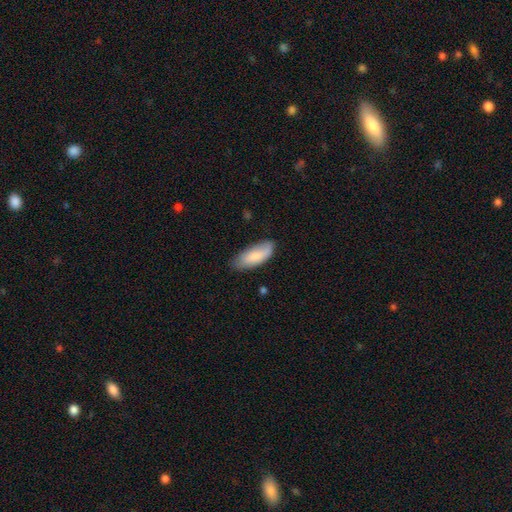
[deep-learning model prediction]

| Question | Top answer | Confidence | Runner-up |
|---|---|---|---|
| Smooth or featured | smooth | 81% | featured or disk (13%) |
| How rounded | in between | 80% | cigar-shaped (18%) |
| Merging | none | 70% | minor disturbance (24%) |